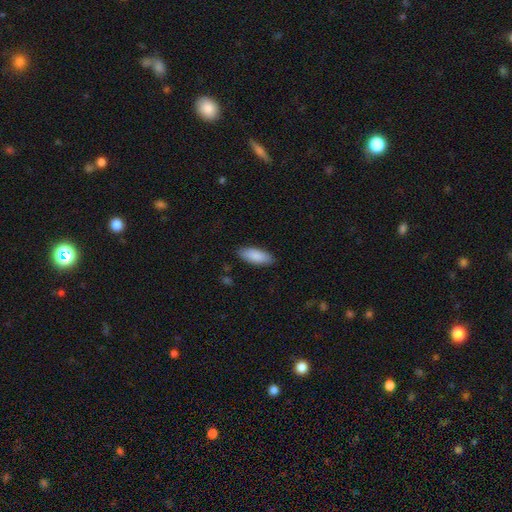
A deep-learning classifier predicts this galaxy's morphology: Overall: smooth (89%). How rounded: in between (79%). Merging: none (88%).